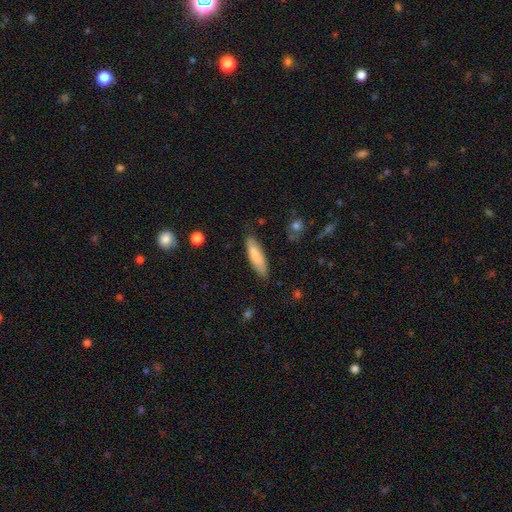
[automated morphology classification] This appears to be a smooth galaxy with no disk features (81%) that is cigar-shaped (62%). Merging: none (82%).